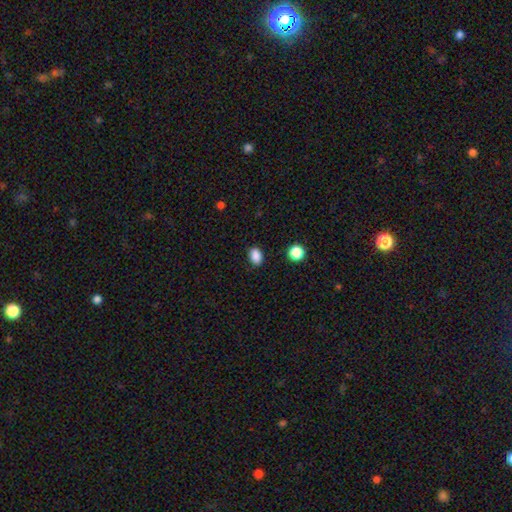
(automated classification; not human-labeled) Morphology: type=smooth (87%); roundness=in between (79%); merging=none (87%).